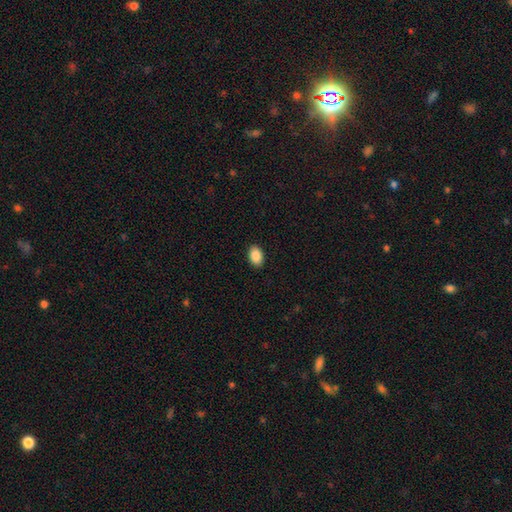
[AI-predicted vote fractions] smooth-or-featured: smooth: 89% | star or artifact: 7% | featured or disk: 4%
  how-rounded: in between: 88% | round: 11% | cigar-shaped: 1%
  merging: none: 91% | minor disturbance: 7% | major disturbance: 2% | merger: 1%